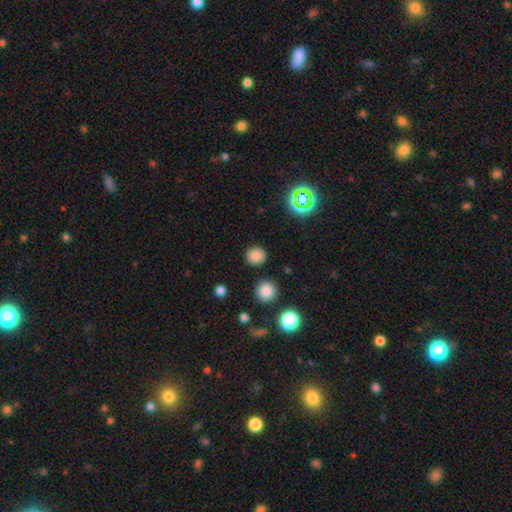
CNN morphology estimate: This is clearly a smooth galaxy (80%). How rounded: clearly round (87%). Merging: clearly none (87%).